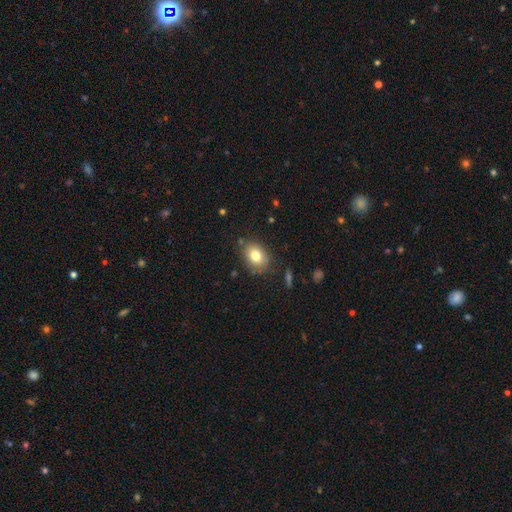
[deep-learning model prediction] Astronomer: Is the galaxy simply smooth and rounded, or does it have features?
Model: smooth — 80%.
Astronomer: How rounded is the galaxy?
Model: in between — 69%.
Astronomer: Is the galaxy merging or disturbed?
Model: none — 81%.